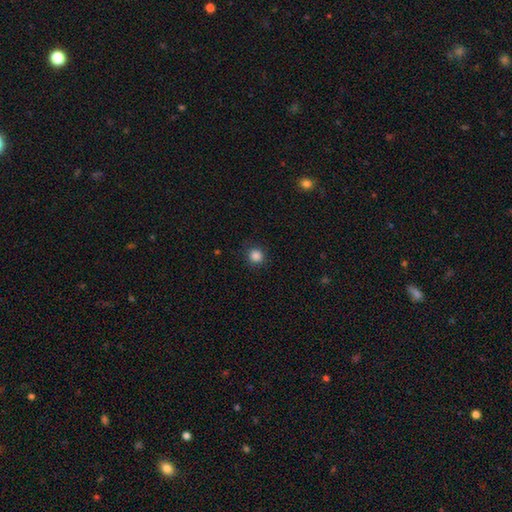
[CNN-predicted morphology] Q: Smooth or featured?
A: smooth (86%); runner-up: star or artifact (11%)
Q: How rounded?
A: round (92%); runner-up: in between (7%)
Q: Merging?
A: none (90%); runner-up: minor disturbance (7%)